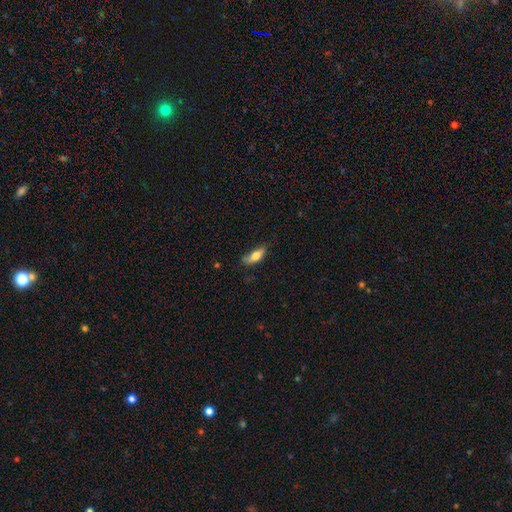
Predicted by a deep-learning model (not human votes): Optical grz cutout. It shows a smooth galaxy with no disk features (72%) that is in between round and cigar-shaped (70%). Merging: none (58%).